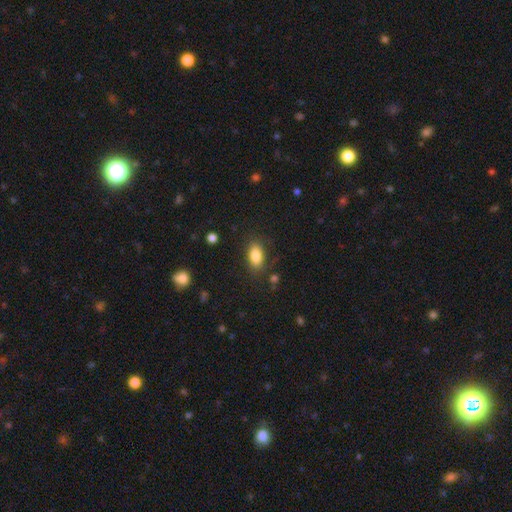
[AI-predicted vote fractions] Smooth or featured: smooth — 84% (star or artifact — 8%)
How rounded: in between — 89% (round — 7%)
Merging: none — 82% (minor disturbance — 12%)